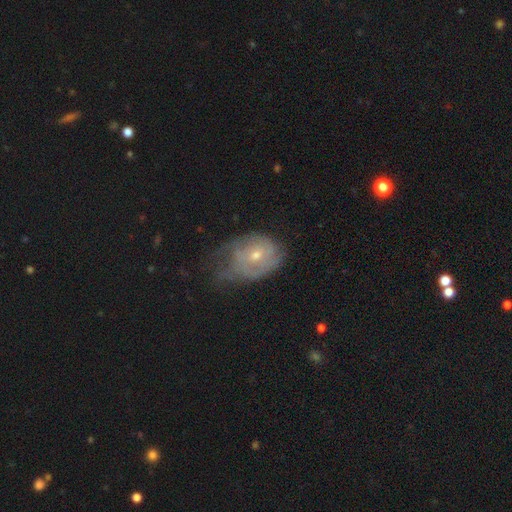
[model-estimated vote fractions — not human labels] Smooth or featured? featured or disk (64%)
Edge-on disk? no (96%)
Bar? no (73%)
Spiral arms? yes (73%)
Bulge size? small (54%)
Merging? none (35%)